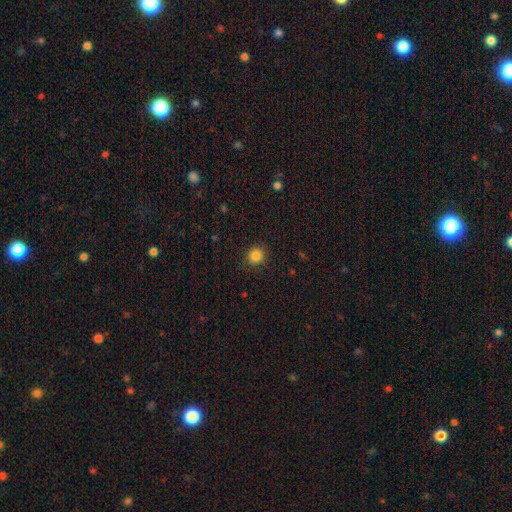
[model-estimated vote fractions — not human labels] Q: Smooth or featured?
A: smooth (85%); runner-up: star or artifact (12%)
Q: How rounded?
A: round (89%); runner-up: in between (10%)
Q: Merging?
A: none (90%); runner-up: minor disturbance (7%)